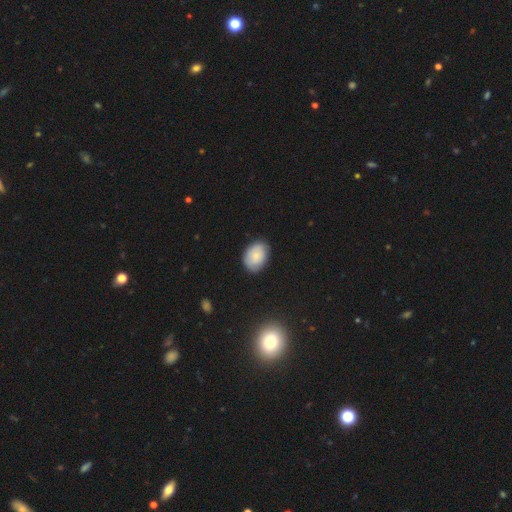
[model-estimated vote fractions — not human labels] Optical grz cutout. It shows a smooth galaxy with no disk features (76%) that is in between round and cigar-shaped (77%). Merging: none (81%).